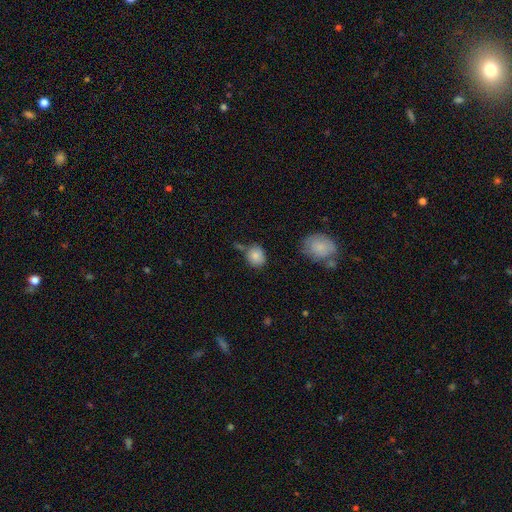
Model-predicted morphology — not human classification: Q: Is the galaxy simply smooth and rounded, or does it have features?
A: smooth — 83%.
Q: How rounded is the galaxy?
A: round — 67%.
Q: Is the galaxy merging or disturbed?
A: none — 63%.